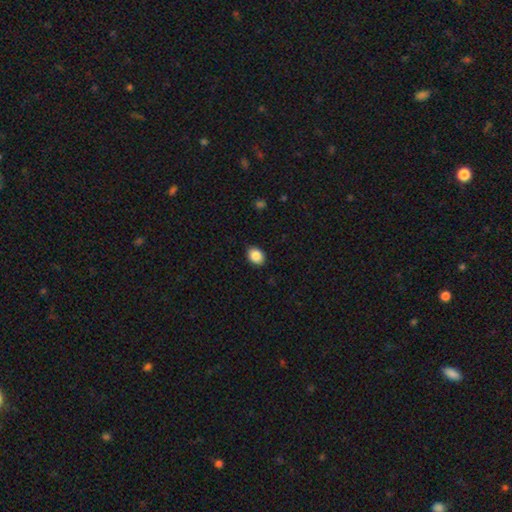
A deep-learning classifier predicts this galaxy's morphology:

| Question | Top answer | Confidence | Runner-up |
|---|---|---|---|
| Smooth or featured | smooth | 87% | star or artifact (8%) |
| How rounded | in between | 64% | round (35%) |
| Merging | none | 86% | minor disturbance (11%) |